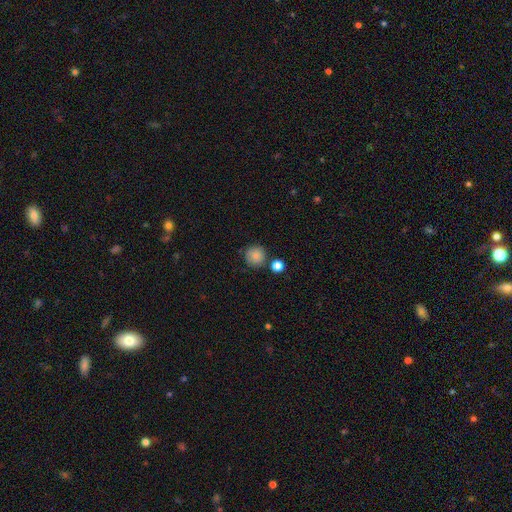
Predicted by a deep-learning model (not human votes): smooth_or_featured: smooth (p=0.83) [alt: star or artifact p=0.10]
how_rounded: round (p=0.94) [alt: in between p=0.05]
merging: none (p=0.81) [alt: minor disturbance p=0.10]